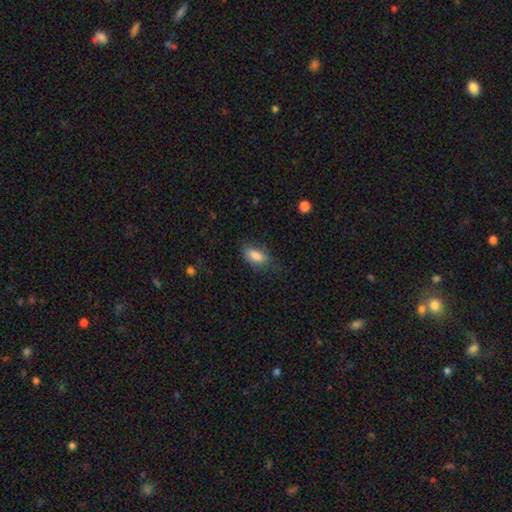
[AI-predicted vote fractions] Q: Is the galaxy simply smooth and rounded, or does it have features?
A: smooth — 85%.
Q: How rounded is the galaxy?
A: in between — 87%.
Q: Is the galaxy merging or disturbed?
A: none — 66%.